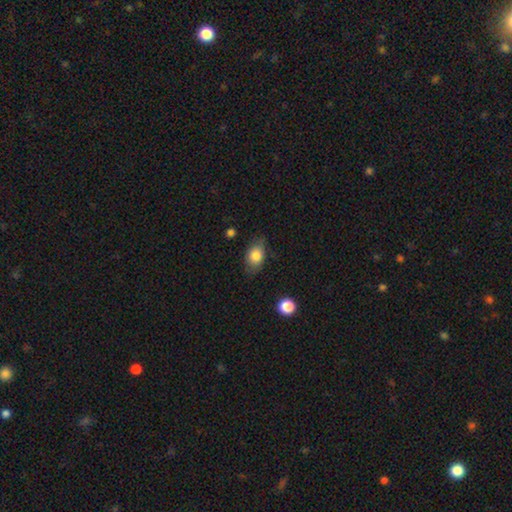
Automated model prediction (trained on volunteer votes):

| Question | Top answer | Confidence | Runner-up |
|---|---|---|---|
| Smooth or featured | smooth | 80% | featured or disk (12%) |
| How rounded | in between | 76% | round (22%) |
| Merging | none | 70% | minor disturbance (23%) |